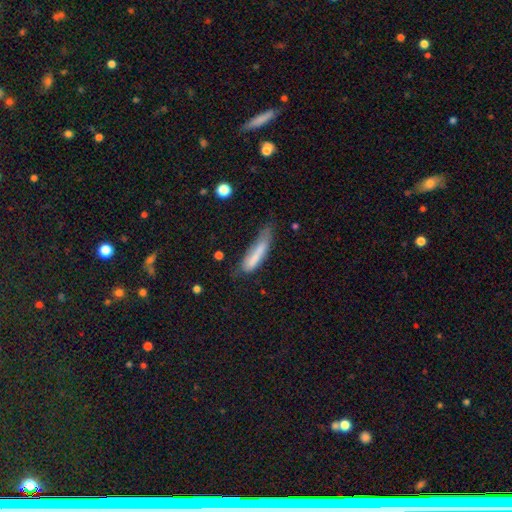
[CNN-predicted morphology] This appears to be a smooth galaxy with no disk features (71%) that is cigar-shaped (76%). Merging: none (40%).